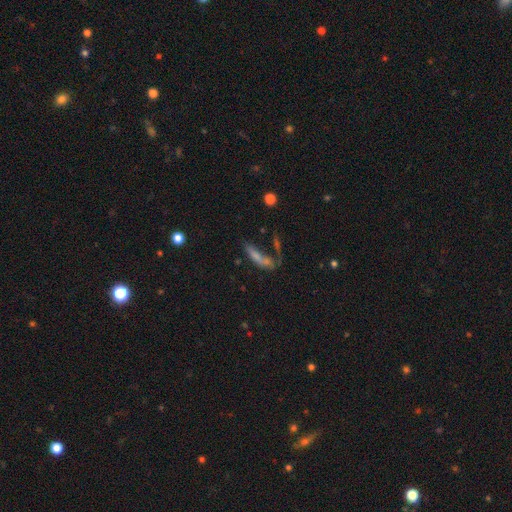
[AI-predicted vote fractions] The model was most divided on "merging": none: 37%, merger: 27%, major disturbance: 20%, minor disturbance: 16%. More confident: how rounded — cigar-shaped (72%); smooth or featured — smooth (59%).